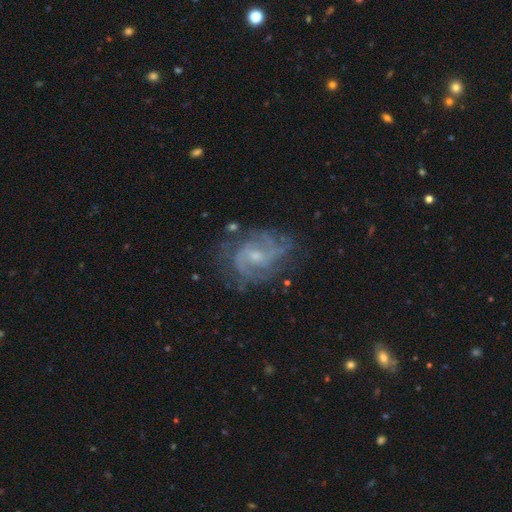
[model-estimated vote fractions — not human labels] This appears to be a featured or disk galaxy (85%) with no bar (47%), 2 (54%) medium (48%) spiral arms (95%) and a small central bulge (58%). Merging: none (70%).